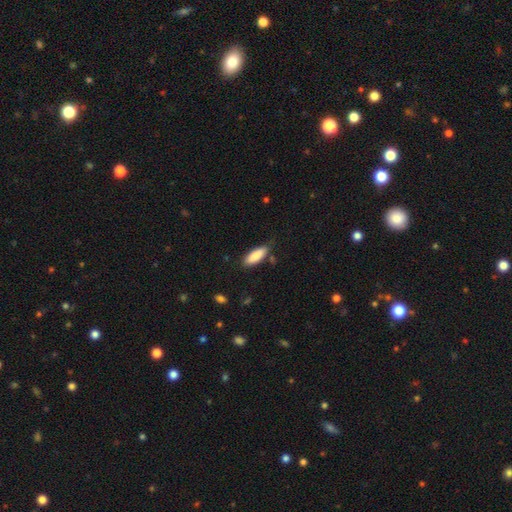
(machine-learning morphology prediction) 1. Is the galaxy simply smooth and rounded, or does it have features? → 87% smooth, 7% featured or disk, 6% star or artifact.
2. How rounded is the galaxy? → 68% in between, 31% cigar-shaped, 2% round.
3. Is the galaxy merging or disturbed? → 75% none, 19% minor disturbance, 3% major disturbance, 3% merger.